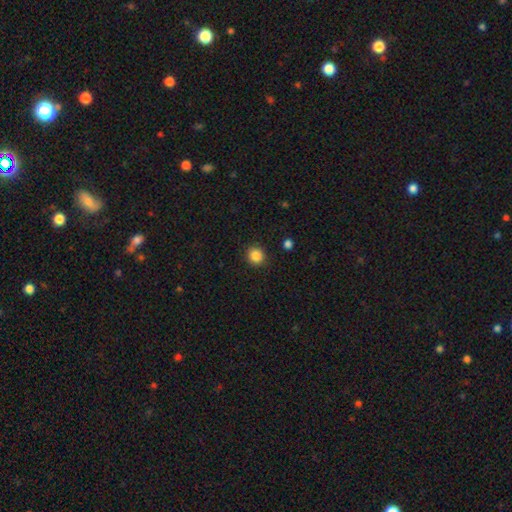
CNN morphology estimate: Smooth or featured? Predicted: smooth (p=0.86). How rounded? Predicted: round (p=0.89). Merging? Predicted: none (p=0.91).